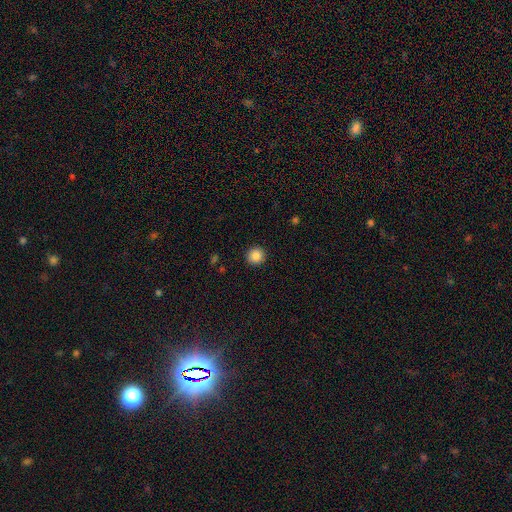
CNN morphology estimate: Q: Smooth or featured?
A: smooth (87%); runner-up: star or artifact (9%)
Q: How rounded?
A: round (95%); runner-up: in between (4%)
Q: Merging?
A: none (93%); runner-up: minor disturbance (5%)